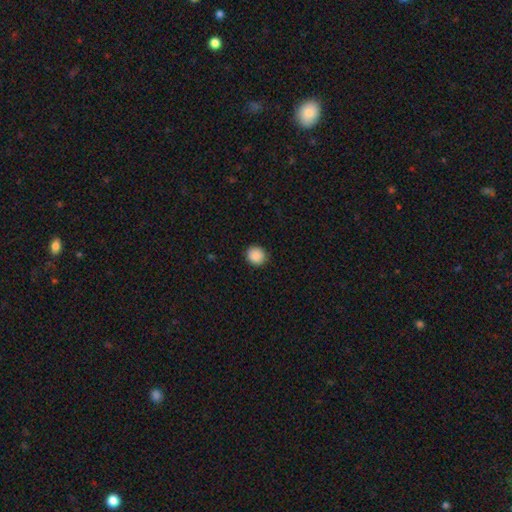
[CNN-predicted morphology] A smooth galaxy with no disk features (89%) that is round (88%). Merging: none (90%).